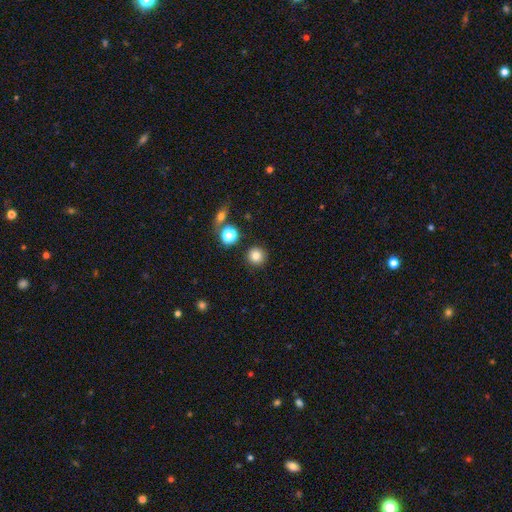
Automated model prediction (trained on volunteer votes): Morphology: type=smooth (82%); roundness=round (94%); merging=none (88%).